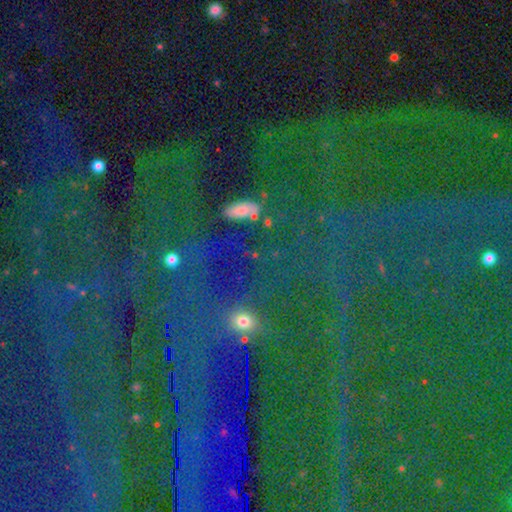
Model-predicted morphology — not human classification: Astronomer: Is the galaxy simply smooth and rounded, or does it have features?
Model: smooth — 50% (runner-up: star or artifact, 38%).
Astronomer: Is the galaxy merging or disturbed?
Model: none — 74%.